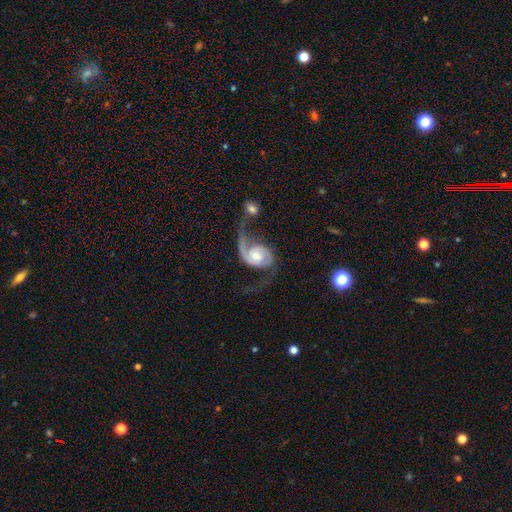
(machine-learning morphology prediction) Smooth or featured? featured or disk (89%)
Edge-on disk? no (98%)
Bar? no (58%)
Spiral arms? yes (97%)
Spiral winding? loose (54%)
Spiral arm count? 2 (85%)
Bulge size? moderate (56%)
Merging? none (37%)